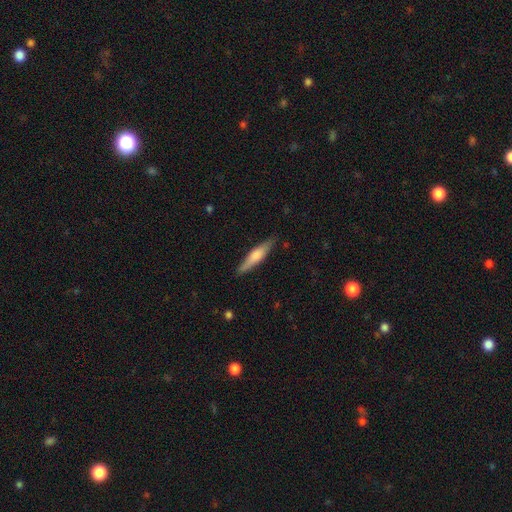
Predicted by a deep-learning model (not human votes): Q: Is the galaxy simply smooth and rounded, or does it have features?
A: smooth — 56%.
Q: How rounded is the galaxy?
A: cigar-shaped — 83%.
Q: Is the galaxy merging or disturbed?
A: none — 85%.